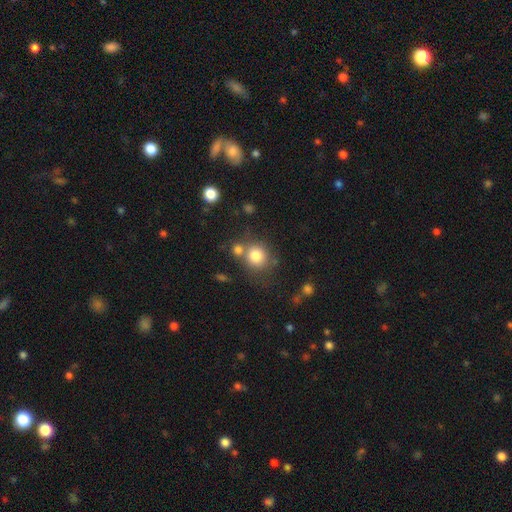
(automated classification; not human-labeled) This appears to be a smooth galaxy with no disk features (80%) that is round (85%). Merging: none (59%).